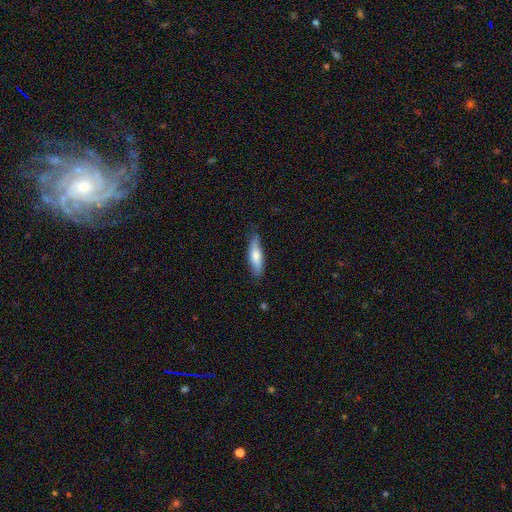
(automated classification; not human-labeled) A smooth galaxy with no disk features (69%) that is cigar-shaped (56%).

Vote fractions:
- Smooth or featured? smooth: 69% / featured or disk: 25% / star or artifact: 6%
- How rounded? cigar-shaped: 56% / in between: 42% / round: 2%
- Merging? none: 73% / minor disturbance: 22% / major disturbance: 3% / merger: 1%